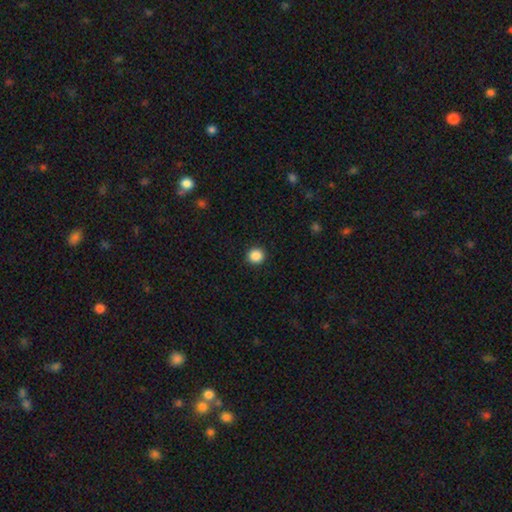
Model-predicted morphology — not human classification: Smooth or featured? smooth (88%)
How rounded? round (93%)
Merging? none (93%)